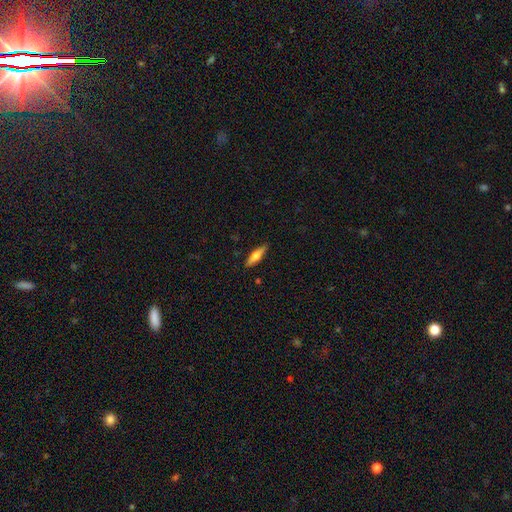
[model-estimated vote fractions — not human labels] Smooth or featured? Predicted: smooth (p=0.54). How rounded? Predicted: cigar-shaped (p=0.66). Merging? Predicted: none (p=0.88).